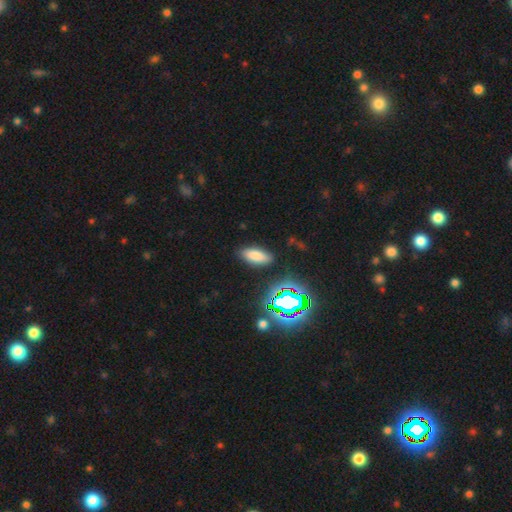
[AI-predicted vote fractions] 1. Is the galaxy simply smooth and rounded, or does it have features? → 74% smooth, 18% star or artifact, 8% featured or disk.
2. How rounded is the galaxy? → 83% in between, 13% cigar-shaped, 3% round.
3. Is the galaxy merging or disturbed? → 86% none, 9% minor disturbance, 3% major disturbance, 2% merger.